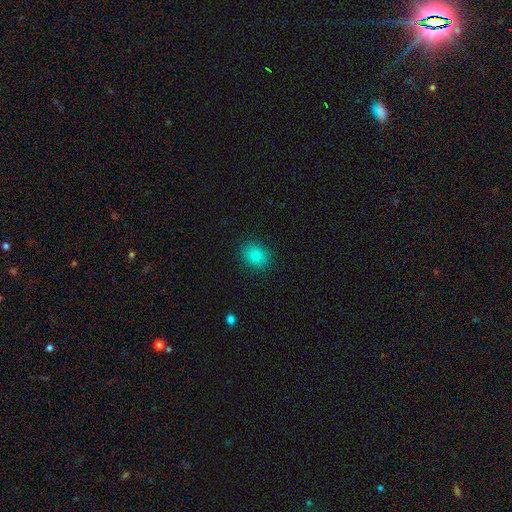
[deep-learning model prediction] Overall: smooth (86%). How rounded: round (53%; in between 46%). Merging: none (88%).